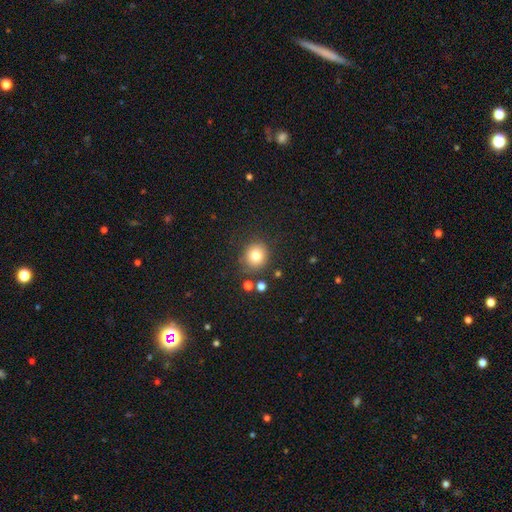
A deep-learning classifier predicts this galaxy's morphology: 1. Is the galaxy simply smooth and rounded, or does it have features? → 78% smooth, 13% star or artifact, 9% featured or disk.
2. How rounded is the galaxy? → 84% round, 15% in between, 1% cigar-shaped.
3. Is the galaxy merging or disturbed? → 82% none, 10% minor disturbance, 4% merger, 4% major disturbance.